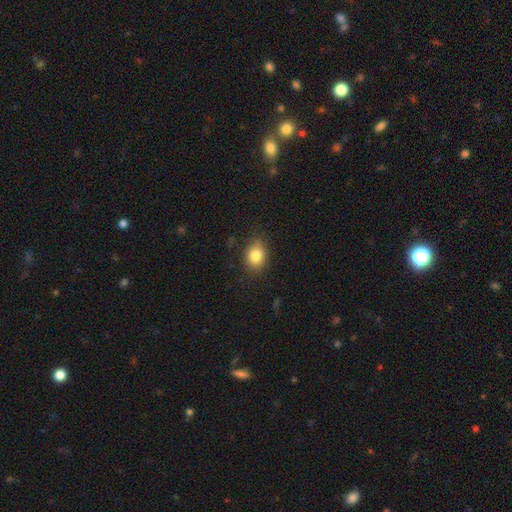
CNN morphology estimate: A smooth galaxy with no disk features (82%) that is in between round and cigar-shaped (52%). Merging: none (78%).